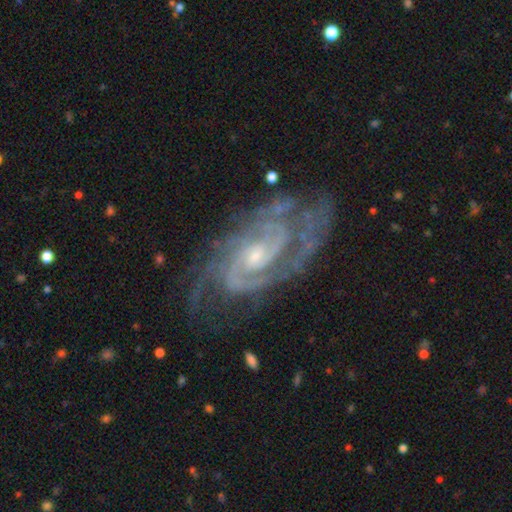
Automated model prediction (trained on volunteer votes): smooth-or-featured: featured or disk: 90% | star or artifact: 6% | smooth: 4%
  disk-edge-on: no: 96% | yes: 4%
    bar: no: 56% | weak: 35% | strong: 10%
    has-spiral-arms: yes: 98% | no: 2%
      spiral-winding: tight: 61% | medium: 34% | loose: 5%
      spiral-arm-count: 2: 41% | 3: 22% | can't tell: 18% | 4: 8% | more than 4: 6% | 1: 6%
    bulge-size: small: 58% | moderate: 37% | none: 3% | large: 2% | dominant: 1%
  merging: none: 71% | minor disturbance: 19% | major disturbance: 8% | merger: 2%